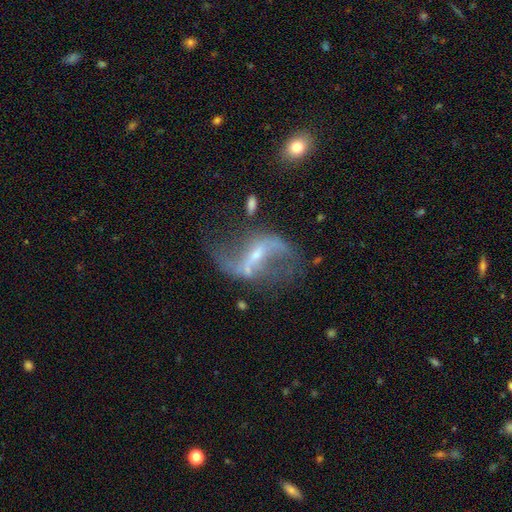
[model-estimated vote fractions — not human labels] Overall: featured or disk (87%). Edge-on disk: no (95%). Bar: strong (56%; weak 29%). Spiral arms: yes (90%). Spiral arm count: 2 (91%). Spiral winding: loose (82%). Bulge size: small (71%). Merging: none (58%; major disturbance 18%).